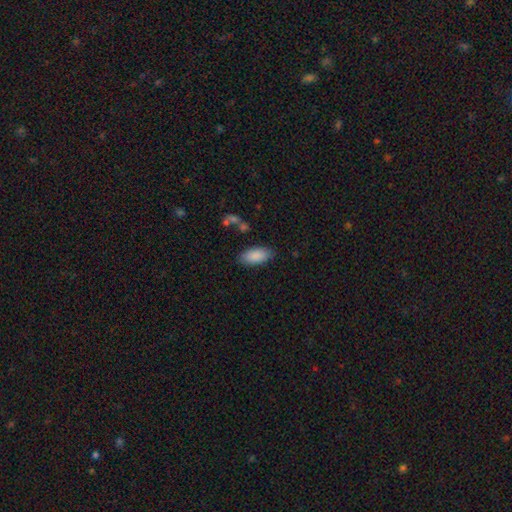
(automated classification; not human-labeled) Q: Smooth or featured?
A: smooth (88%); runner-up: star or artifact (6%)
Q: How rounded?
A: in between (90%); runner-up: cigar-shaped (8%)
Q: Merging?
A: none (82%); runner-up: minor disturbance (12%)